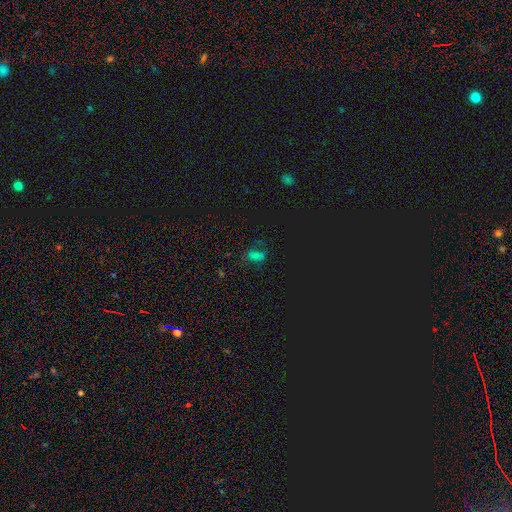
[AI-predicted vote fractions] This appears to be a star or artifact, not a galaxy (44%).